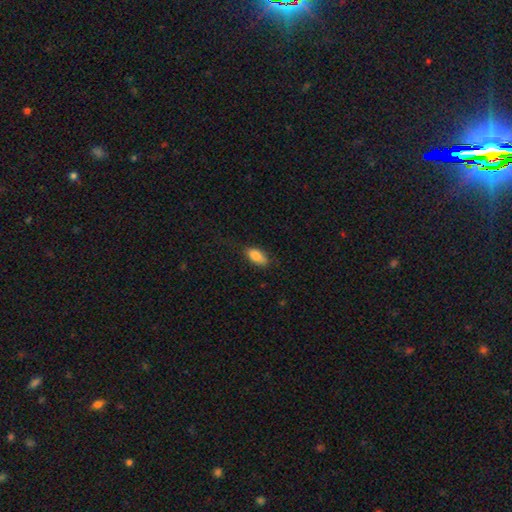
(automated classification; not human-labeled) Smooth or featured?
  - smooth: 86% *
  - star or artifact: 7%
  - featured or disk: 7%
How rounded?
  - in between: 90% *
  - cigar-shaped: 7%
  - round: 3%
Merging?
  - none: 72% *
  - minor disturbance: 21%
  - major disturbance: 6%
  - merger: 1%